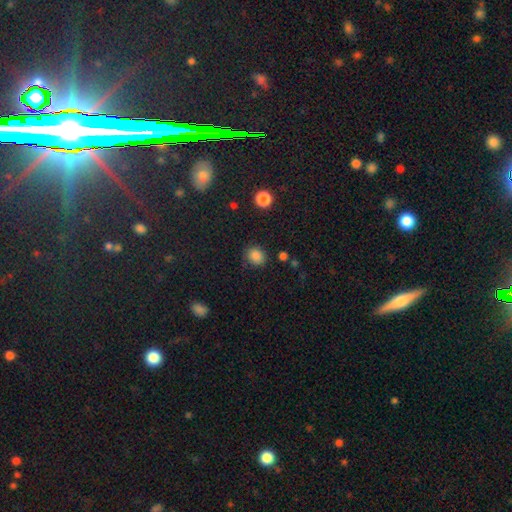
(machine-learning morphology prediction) smooth_or_featured: smooth (p=0.84) [alt: star or artifact p=0.12]
how_rounded: round (p=0.72) [alt: in between p=0.27]
merging: none (p=0.81) [alt: minor disturbance p=0.13]